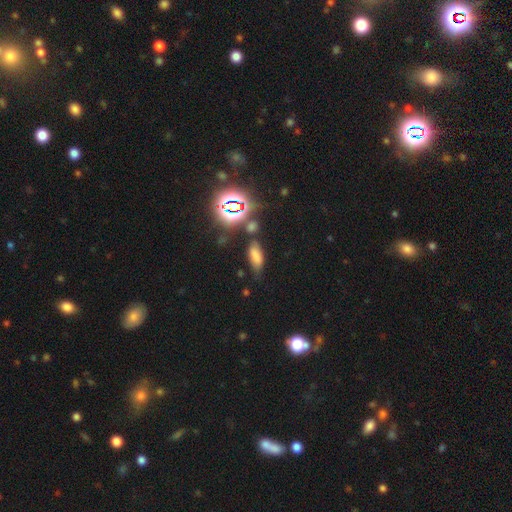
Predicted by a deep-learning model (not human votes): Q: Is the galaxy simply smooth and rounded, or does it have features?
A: smooth — 64%.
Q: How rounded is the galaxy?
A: in between — 77%.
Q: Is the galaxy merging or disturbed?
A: none — 65%.